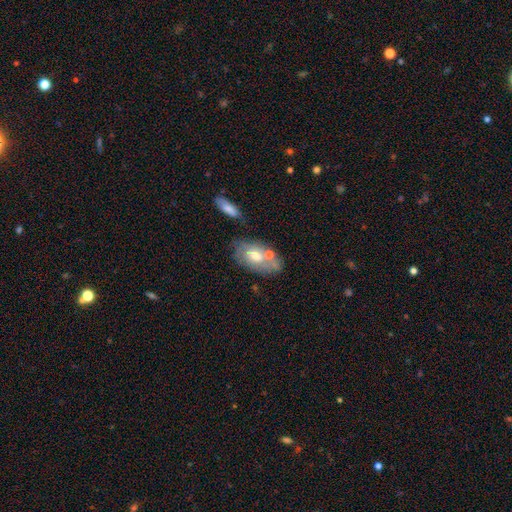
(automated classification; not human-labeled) smooth-or-featured: smooth: 47% | featured or disk: 45% | star or artifact: 8%
  merging: none: 49% | merger: 21% | minor disturbance: 21% | major disturbance: 9%